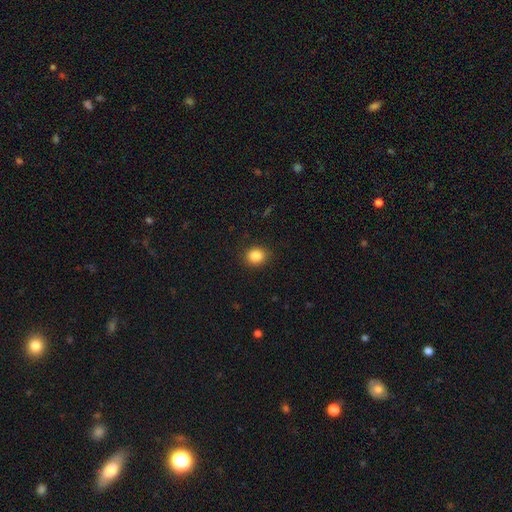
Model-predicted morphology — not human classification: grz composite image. It shows a smooth galaxy with no disk features (86%) that is round (73%). Merging: none (90%).